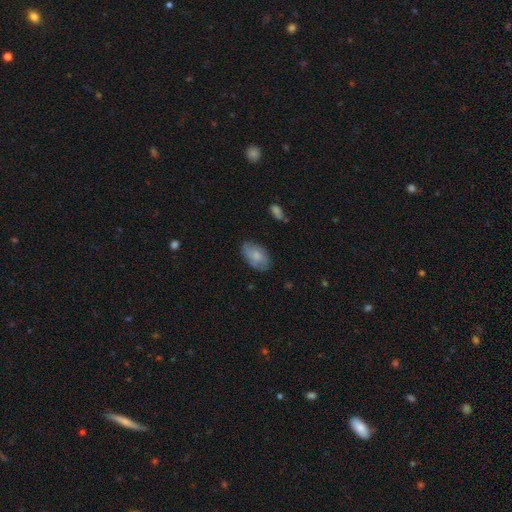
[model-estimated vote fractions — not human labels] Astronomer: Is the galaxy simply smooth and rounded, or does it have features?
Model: smooth — 75%.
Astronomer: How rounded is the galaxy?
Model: in between — 92%.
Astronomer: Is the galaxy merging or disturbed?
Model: none — 74%.